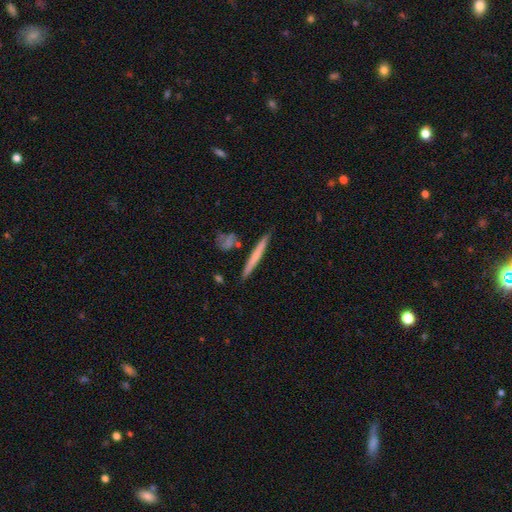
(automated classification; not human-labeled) Smooth or featured?
  - smooth: 54% *
  - featured or disk: 41%
  - star or artifact: 5%
How rounded?
  - cigar-shaped: 96% *
  - in between: 2%
  - round: 2%
Merging?
  - none: 86% *
  - minor disturbance: 9%
  - merger: 4%
  - major disturbance: 2%